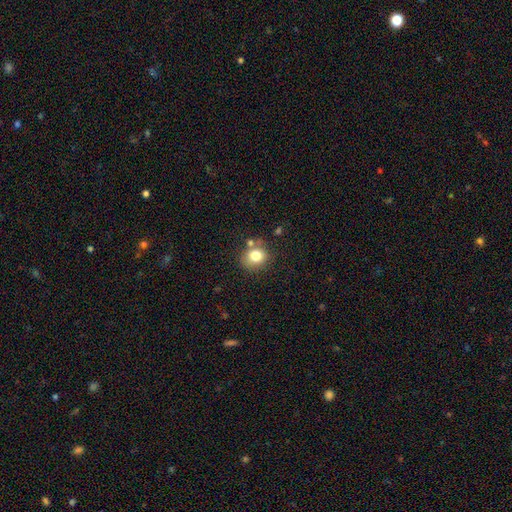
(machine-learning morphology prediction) A smooth galaxy with no disk features (78%) that is round (72%). Merging: none (70%).